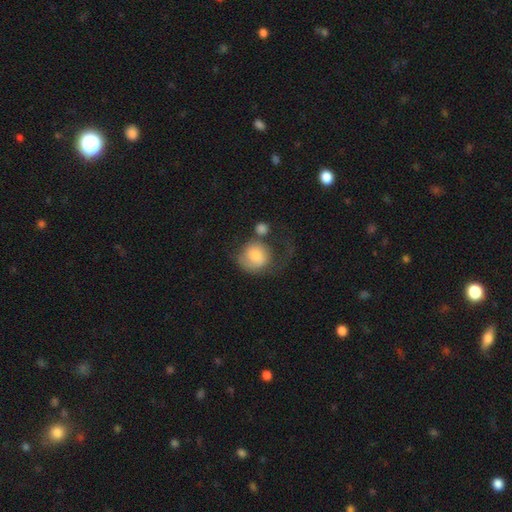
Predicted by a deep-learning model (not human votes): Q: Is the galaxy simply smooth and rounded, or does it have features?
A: smooth — 70%.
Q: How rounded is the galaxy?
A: round — 78%.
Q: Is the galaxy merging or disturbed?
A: major disturbance — 32%.